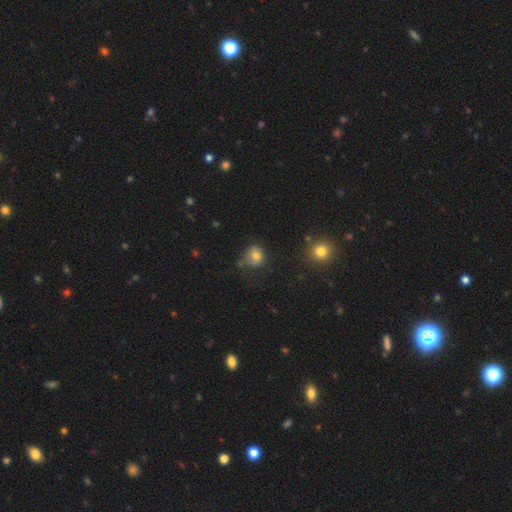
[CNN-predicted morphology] This is likely a smooth galaxy (74%). How rounded: likely round (64%). Merging: marginally none (43%).